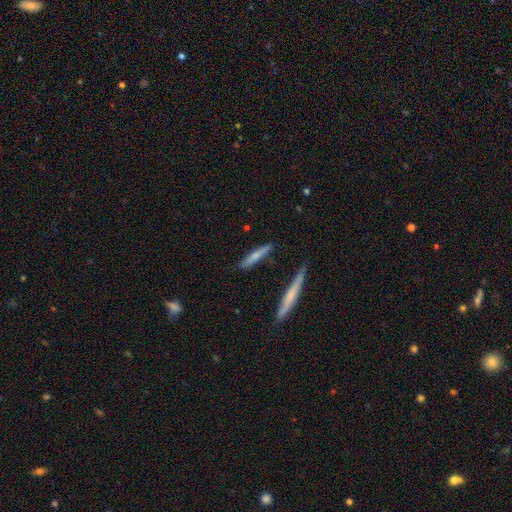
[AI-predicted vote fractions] Smooth or featured: smooth — 61% (featured or disk — 34%)
How rounded: cigar-shaped — 90% (in between — 8%)
Merging: none — 82% (minor disturbance — 12%)